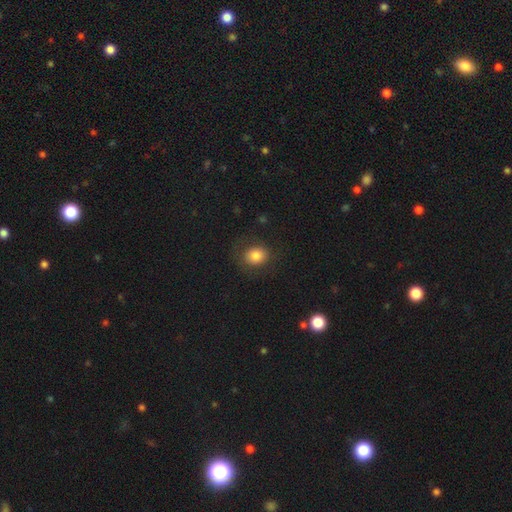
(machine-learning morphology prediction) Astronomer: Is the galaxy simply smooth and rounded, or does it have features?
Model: smooth — 82%.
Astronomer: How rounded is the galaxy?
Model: round — 68%.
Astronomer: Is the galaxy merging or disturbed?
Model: none — 80%.